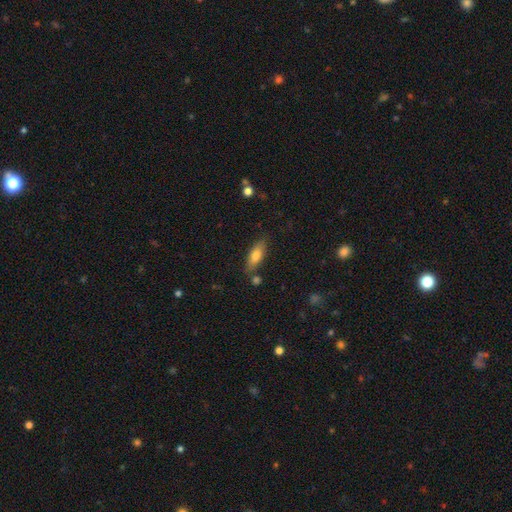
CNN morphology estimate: Smooth or featured? smooth (75%)
How rounded? in between (67%)
Merging? none (75%)